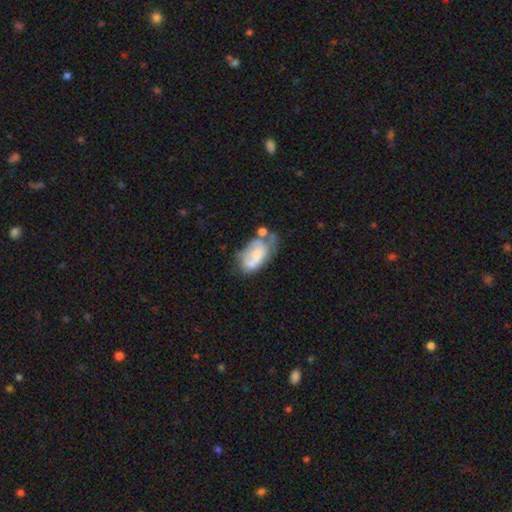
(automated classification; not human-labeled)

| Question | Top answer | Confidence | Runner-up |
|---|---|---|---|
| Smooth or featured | smooth | 48% | featured or disk (44%) |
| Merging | minor disturbance | 27% | major disturbance (26%) |